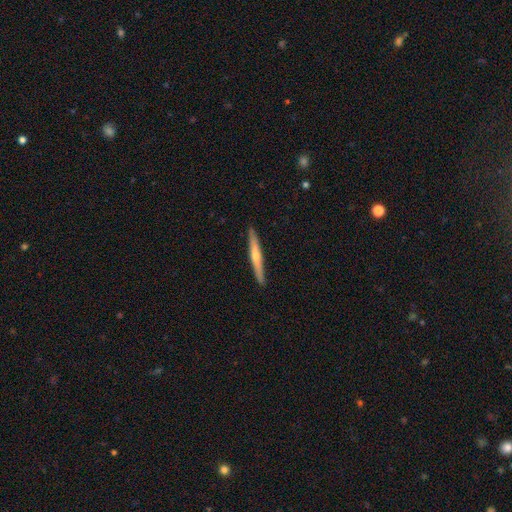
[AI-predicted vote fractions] Smooth or featured: featured or disk — 60% (smooth — 35%)
Edge-on disk: yes — 97% (no — 3%)
Edge-on bulge: rounded — 76% (none — 20%)
Merging: none — 92% (minor disturbance — 6%)